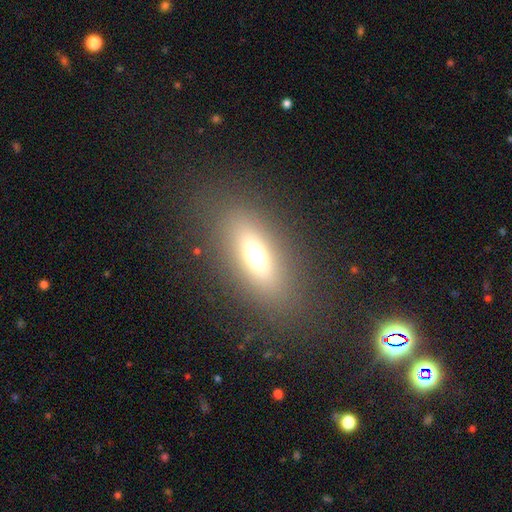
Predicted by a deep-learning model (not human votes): Q: Smooth or featured?
A: smooth (58%); runner-up: featured or disk (28%)
Q: How rounded?
A: in between (69%); runner-up: cigar-shaped (24%)
Q: Merging?
A: none (84%); runner-up: minor disturbance (9%)